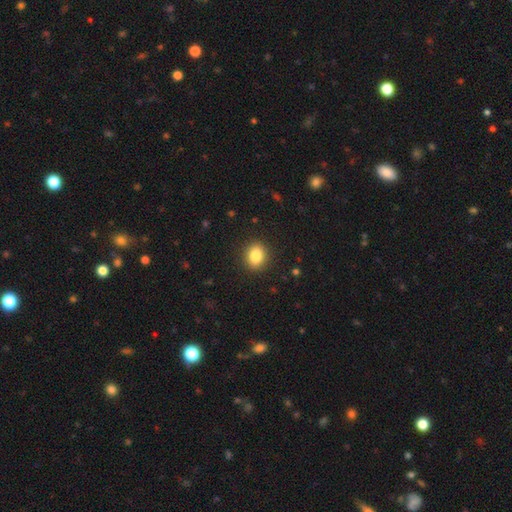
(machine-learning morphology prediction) This is clearly a smooth galaxy (85%). How rounded: possibly round (57%). Merging: clearly none (90%).